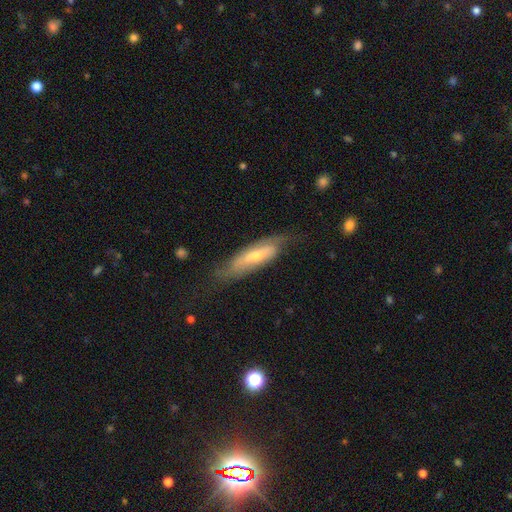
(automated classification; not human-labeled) Q: Smooth or featured?
A: featured or disk (54%); runner-up: smooth (39%)
Q: Edge-on disk?
A: no (62%); runner-up: yes (38%)
Q: Merging?
A: none (61%); runner-up: minor disturbance (25%)